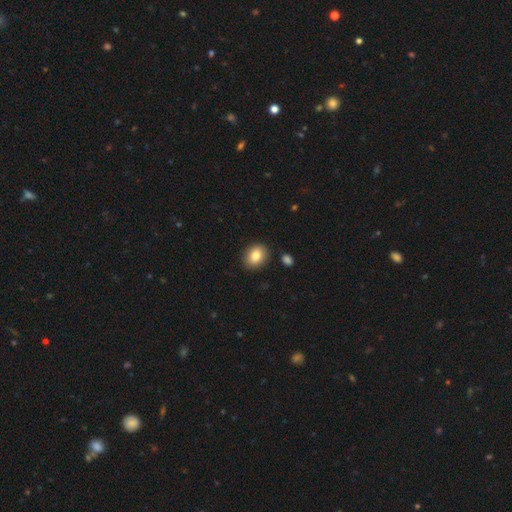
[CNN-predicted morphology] Smooth or featured? smooth (82%)
How rounded? round (51%)
Merging? none (88%)